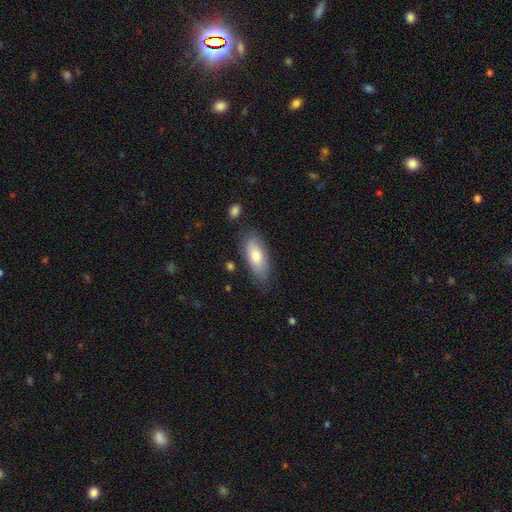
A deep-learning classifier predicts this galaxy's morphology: Smooth or featured? smooth (76%)
How rounded? in between (83%)
Merging? none (76%)